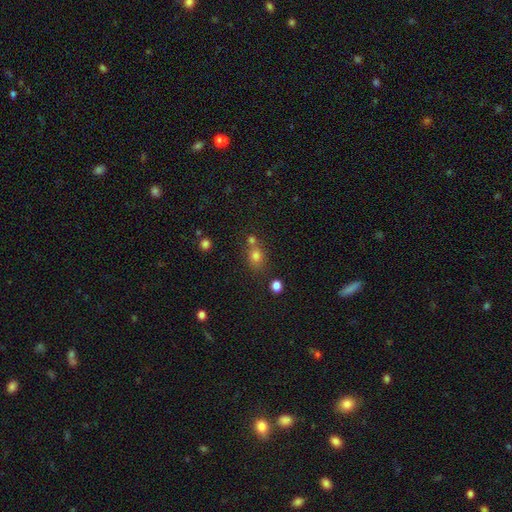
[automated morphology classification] The model was most divided on "how rounded": round: 62%, in between: 36%, cigar-shaped: 1%. More confident: smooth or featured — smooth (75%); merging — none (57%).